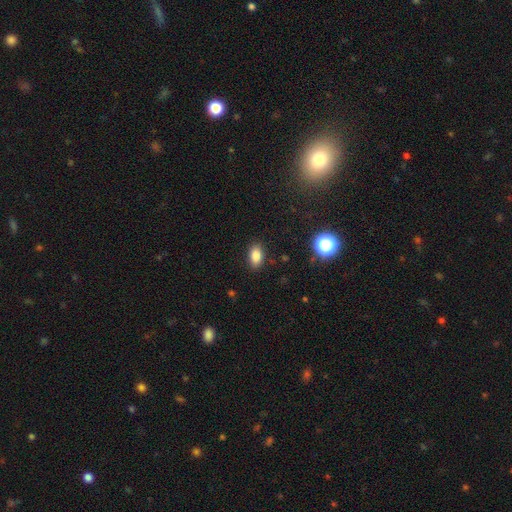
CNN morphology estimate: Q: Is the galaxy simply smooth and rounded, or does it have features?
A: smooth — 84%.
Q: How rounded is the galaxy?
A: in between — 89%.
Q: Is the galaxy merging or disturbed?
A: none — 87%.